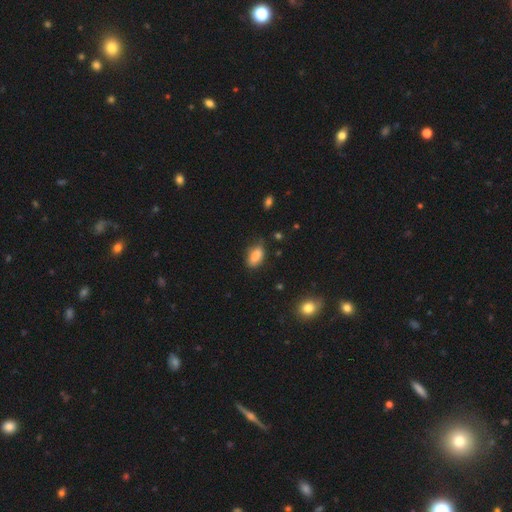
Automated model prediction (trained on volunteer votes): This is clearly a smooth galaxy (86%). How rounded: clearly in between (90%). Merging: likely none (70%).